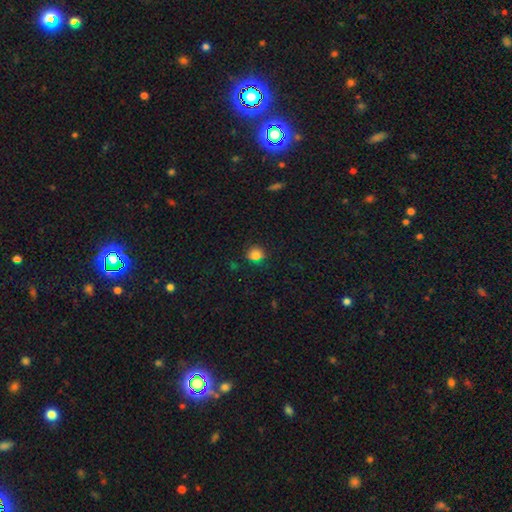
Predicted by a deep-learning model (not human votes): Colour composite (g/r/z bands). It shows a smooth galaxy with no disk features (79%) that is round (79%). Merging: none (79%).